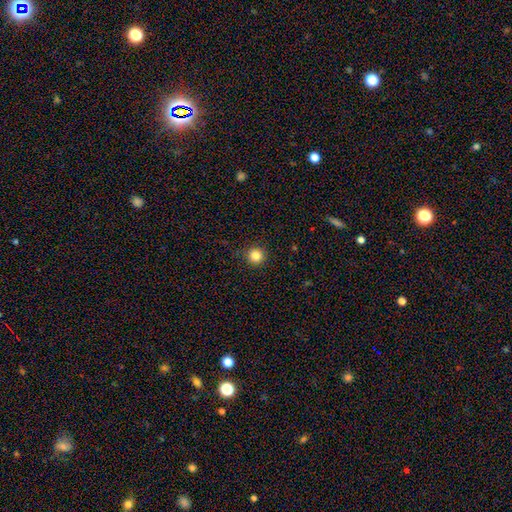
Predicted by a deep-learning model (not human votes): smooth-or-featured: smooth: 84% | star or artifact: 12% | featured or disk: 4%
  how-rounded: round: 95% | in between: 4% | cigar-shaped: 1%
  merging: none: 92% | minor disturbance: 5% | major disturbance: 2% | merger: 1%